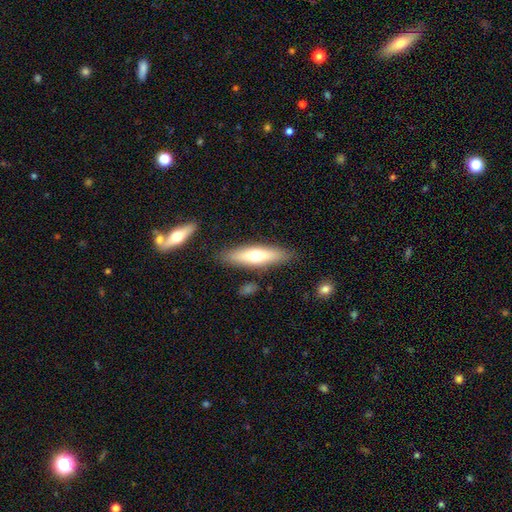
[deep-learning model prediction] A smooth galaxy with no disk features (59%) that is cigar-shaped (67%).

Vote fractions:
- Smooth or featured? smooth: 59% / featured or disk: 35% / star or artifact: 6%
- How rounded? cigar-shaped: 67% / in between: 32% / round: 2%
- Merging? none: 86% / minor disturbance: 10% / merger: 2% / major disturbance: 2%